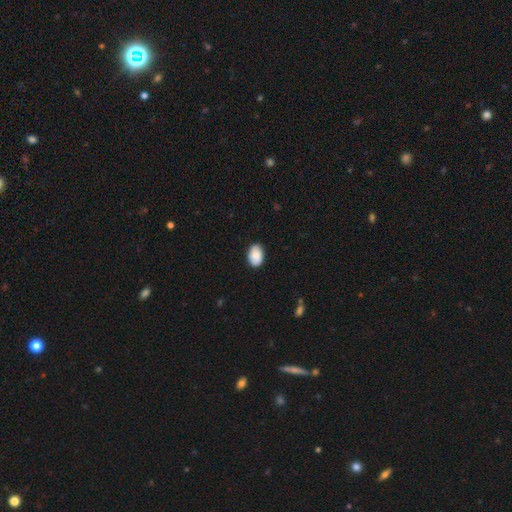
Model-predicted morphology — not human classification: Smooth or featured? Predicted: smooth (p=0.86). How rounded? Predicted: in between (p=0.87). Merging? Predicted: none (p=0.85).